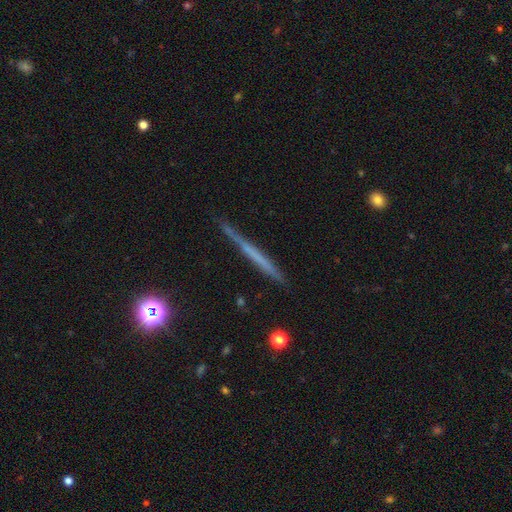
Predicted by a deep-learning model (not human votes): A featured or disk galaxy (50%).

Vote fractions:
- Smooth or featured? featured or disk: 50% / smooth: 40% / star or artifact: 10%
- Merging? none: 85% / minor disturbance: 11% / major disturbance: 2% / merger: 2%